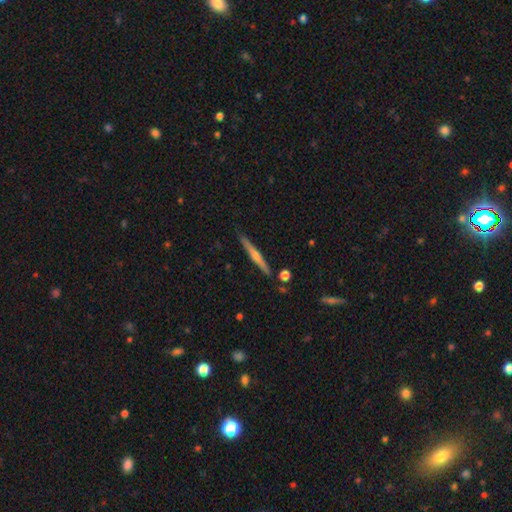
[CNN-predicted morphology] Smooth or featured: featured or disk — 74% (smooth — 20%)
Edge-on disk: yes — 98% (no — 2%)
Edge-on bulge: rounded — 77% (none — 17%)
Merging: none — 90% (minor disturbance — 7%)